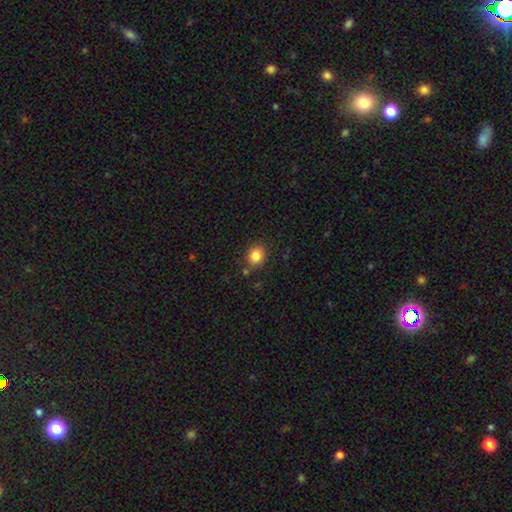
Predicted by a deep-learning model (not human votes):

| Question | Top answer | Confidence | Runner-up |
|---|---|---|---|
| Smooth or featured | smooth | 84% | star or artifact (10%) |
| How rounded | round | 69% | in between (30%) |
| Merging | none | 82% | minor disturbance (11%) |